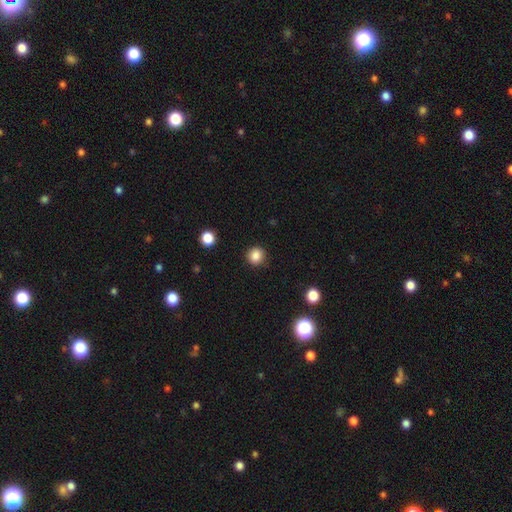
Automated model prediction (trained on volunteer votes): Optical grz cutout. It shows a smooth galaxy with no disk features (86%) that is round (89%). Merging: none (90%).